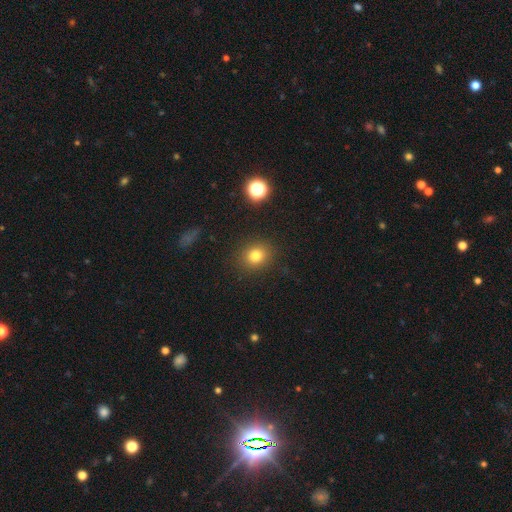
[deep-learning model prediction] A smooth galaxy with no disk features (79%) that is round (77%). Merging: none (88%).